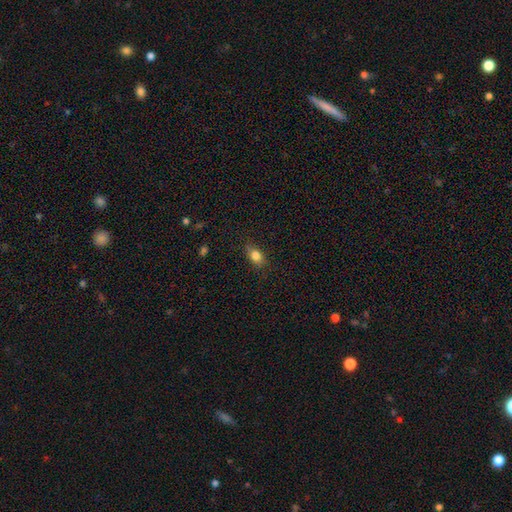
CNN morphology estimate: smooth-or-featured: smooth: 82% | star or artifact: 10% | featured or disk: 8%
  how-rounded: in between: 75% | round: 21% | cigar-shaped: 4%
  merging: none: 81% | minor disturbance: 15% | major disturbance: 3% | merger: 1%